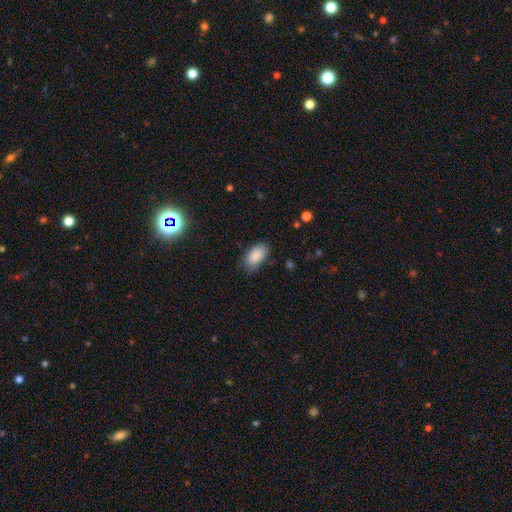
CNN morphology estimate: A smooth galaxy with no disk features (87%) that is in between round and cigar-shaped (94%). Merging: none (76%).